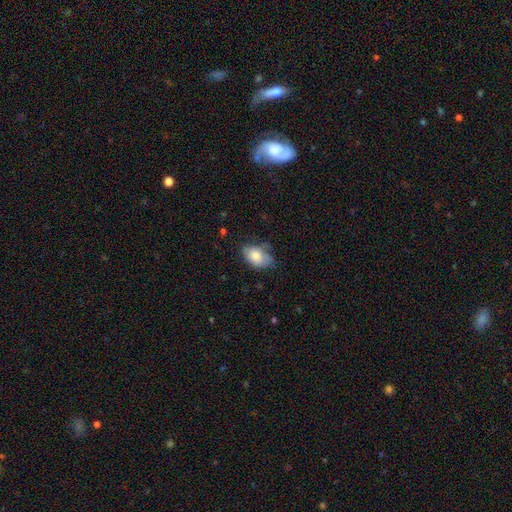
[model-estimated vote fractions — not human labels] Smooth or featured: smooth — 76% (featured or disk — 17%)
How rounded: in between — 85% (round — 13%)
Merging: none — 47% (minor disturbance — 37%)